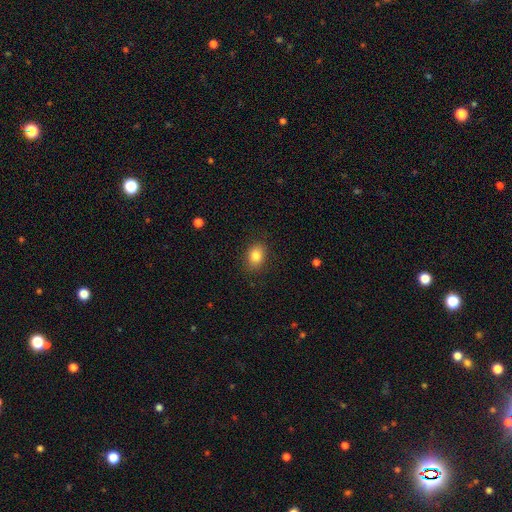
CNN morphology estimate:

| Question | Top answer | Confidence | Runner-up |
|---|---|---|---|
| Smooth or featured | smooth | 83% | star or artifact (10%) |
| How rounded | in between | 63% | round (36%) |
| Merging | none | 86% | minor disturbance (10%) |